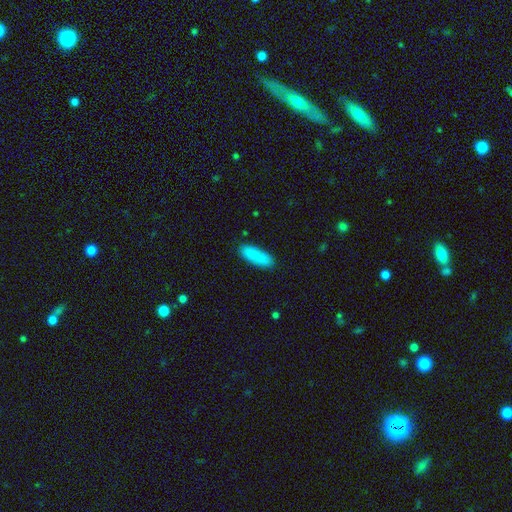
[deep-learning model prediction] Smooth or featured? smooth (88%)
How rounded? in between (57%)
Merging? none (86%)